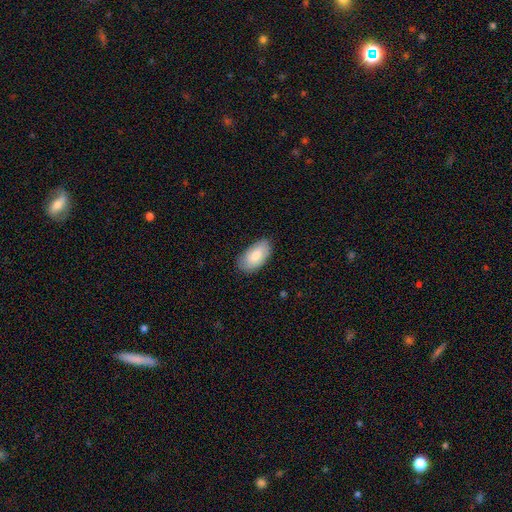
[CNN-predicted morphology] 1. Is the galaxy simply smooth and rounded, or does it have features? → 80% smooth, 14% featured or disk, 6% star or artifact.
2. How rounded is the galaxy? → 95% in between, 3% round, 2% cigar-shaped.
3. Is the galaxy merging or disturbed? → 83% none, 14% minor disturbance, 2% major disturbance, 1% merger.